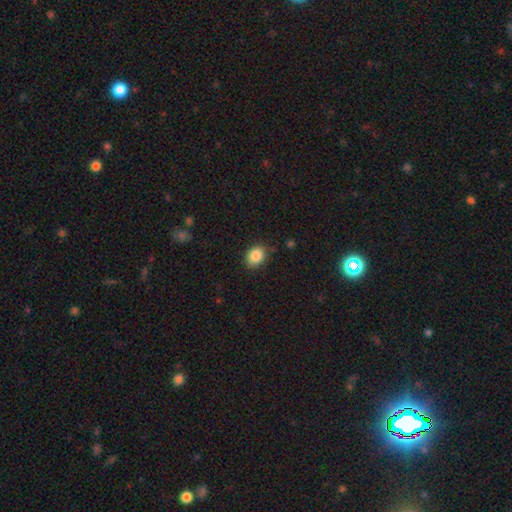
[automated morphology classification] Overall: smooth (86%). How rounded: in between (60%; round 39%). Merging: none (85%).